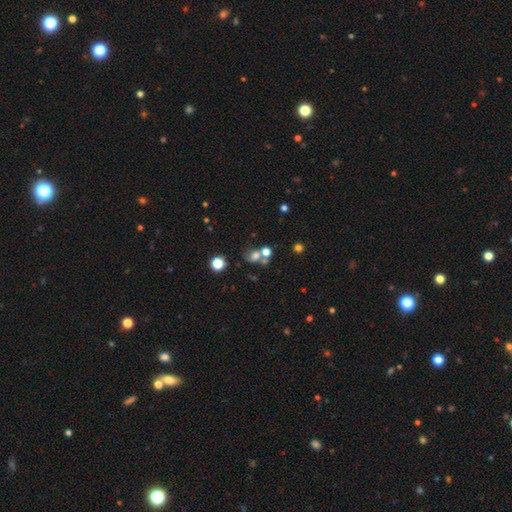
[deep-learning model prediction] Smooth or featured?
  - smooth: 61% *
  - star or artifact: 20%
  - featured or disk: 18%
How rounded?
  - round: 61% *
  - in between: 38%
  - cigar-shaped: 1%
Merging?
  - merger: 41% *
  - none: 39%
  - minor disturbance: 11%
  - major disturbance: 9%